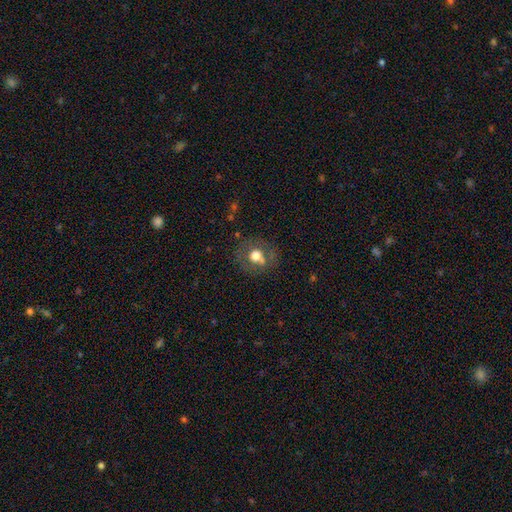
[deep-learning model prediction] smooth_or_featured: smooth (p=0.60) [alt: featured or disk p=0.28]
how_rounded: round (p=0.81) [alt: in between p=0.18]
merging: none (p=0.69) [alt: minor disturbance p=0.15]